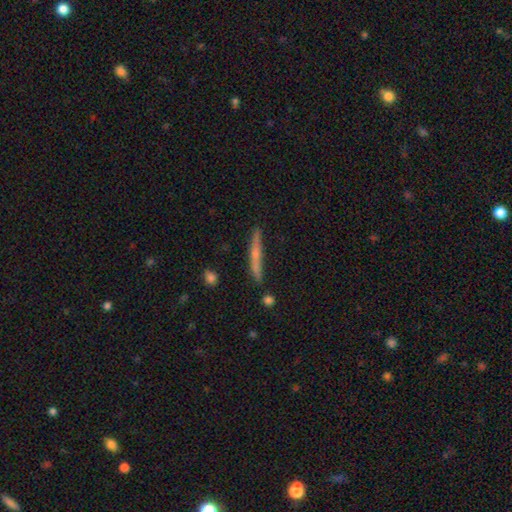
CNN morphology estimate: Smooth or featured? Predicted: featured or disk (p=0.54). Edge-on disk? Predicted: yes (p=0.96). Edge-on bulge? Predicted: rounded (p=0.64). Merging? Predicted: none (p=0.83).